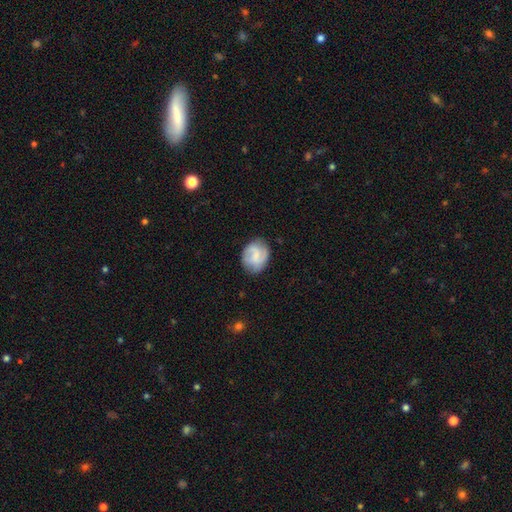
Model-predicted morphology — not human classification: The model was most divided on "smooth or featured": featured or disk: 49%, smooth: 44%, star or artifact: 7%. More confident: merging — none (74%).